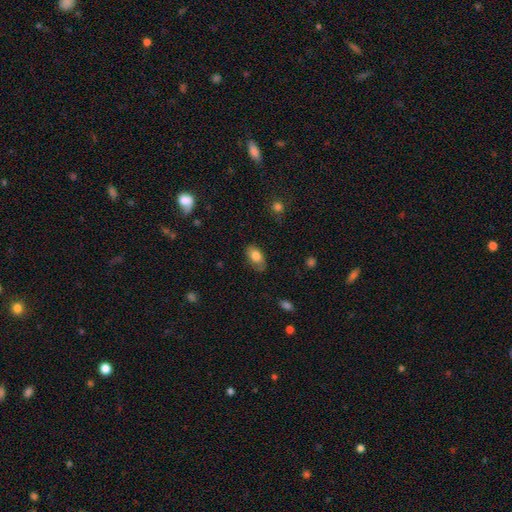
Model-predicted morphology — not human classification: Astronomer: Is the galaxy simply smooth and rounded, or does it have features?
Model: smooth — 79%.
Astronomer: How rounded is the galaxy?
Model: in between — 91%.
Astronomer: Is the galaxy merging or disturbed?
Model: none — 70%.